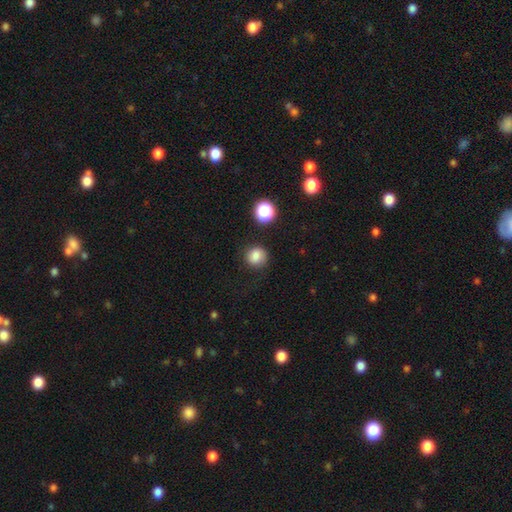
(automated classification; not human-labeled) Smooth or featured? Predicted: smooth (p=0.80). How rounded? Predicted: round (p=0.87). Merging? Predicted: none (p=0.81).